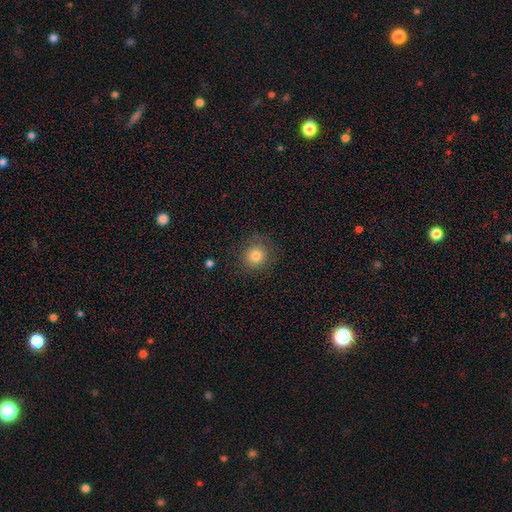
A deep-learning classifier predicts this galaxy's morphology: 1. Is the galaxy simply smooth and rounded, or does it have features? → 81% smooth, 12% star or artifact, 8% featured or disk.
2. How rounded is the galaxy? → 90% round, 9% in between, 1% cigar-shaped.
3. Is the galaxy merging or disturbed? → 84% none, 11% minor disturbance, 4% major disturbance, 1% merger.